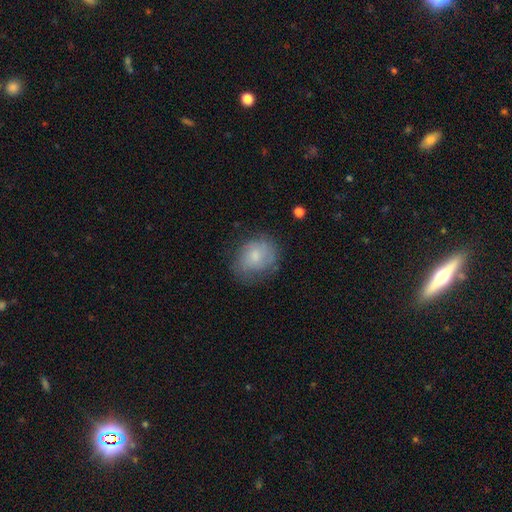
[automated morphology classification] smooth-or-featured: smooth: 60% | featured or disk: 31% | star or artifact: 8%
  how-rounded: round: 60% | in between: 39% | cigar-shaped: 1%
  merging: none: 62% | minor disturbance: 26% | major disturbance: 11% | merger: 2%